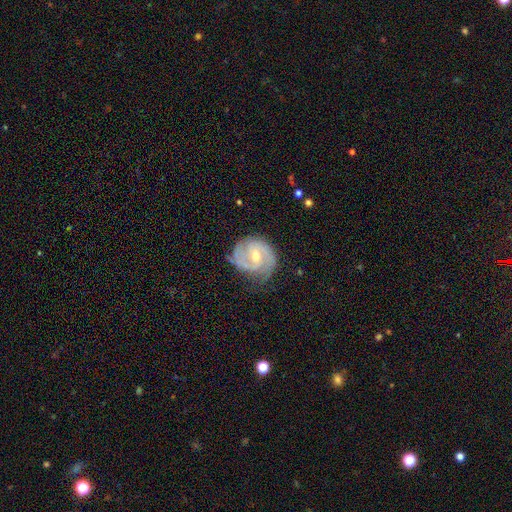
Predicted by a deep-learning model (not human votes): Smooth or featured? featured or disk (83%)
Edge-on disk? no (98%)
Bar? weak (51%)
Spiral arms? yes (95%)
Spiral winding? tight (47%)
Spiral arm count? 2 (61%)
Bulge size? moderate (55%)
Merging? none (63%)